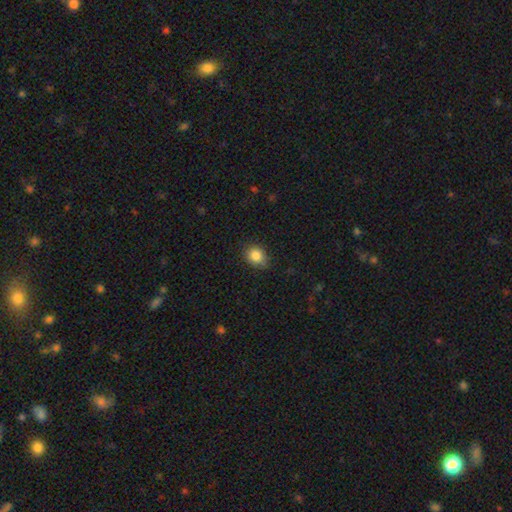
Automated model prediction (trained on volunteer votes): Smooth or featured?
  - smooth: 85% *
  - star or artifact: 10%
  - featured or disk: 5%
How rounded?
  - round: 62% *
  - in between: 37%
  - cigar-shaped: 1%
Merging?
  - none: 74% *
  - minor disturbance: 21%
  - major disturbance: 4%
  - merger: 1%